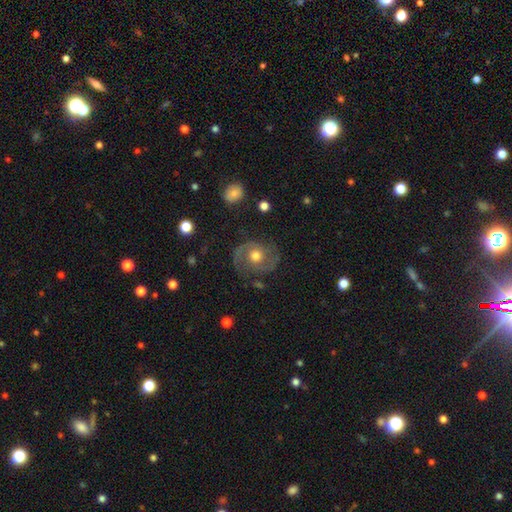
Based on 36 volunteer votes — Overall: featured or disk (53%; smooth 44%). Edge-on disk: no (100%). Bar: no (74%). Spiral arms: yes (58%; no 42%). Spiral arm count: 2 (82%). Spiral winding: medium (45%; tight 27%). Bulge size: moderate (89%). Merging: none (63%).